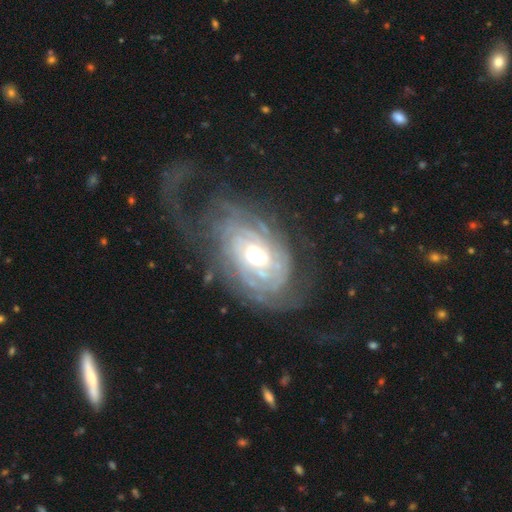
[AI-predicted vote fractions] Smooth or featured: featured or disk — 88% (smooth — 7%)
Edge-on disk: no — 95% (yes — 5%)
Bar: no — 65% (weak — 24%)
Spiral arms: yes — 93% (no — 7%)
Spiral winding: tight — 65% (medium — 24%)
Spiral arm count: can't tell — 38% (2 — 20%)
Bulge size: moderate — 70% (small — 17%)
Merging: none — 50% (major disturbance — 30%)